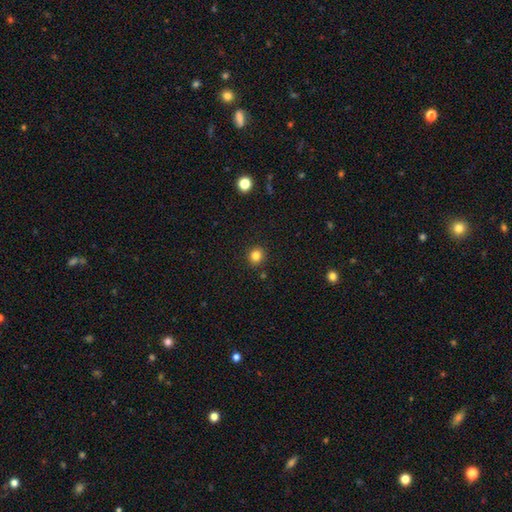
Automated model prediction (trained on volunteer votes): Smooth or featured?
  - smooth: 82% *
  - star or artifact: 12%
  - featured or disk: 5%
How rounded?
  - round: 87% *
  - in between: 12%
  - cigar-shaped: 1%
Merging?
  - none: 91% *
  - minor disturbance: 6%
  - major disturbance: 2%
  - merger: 2%